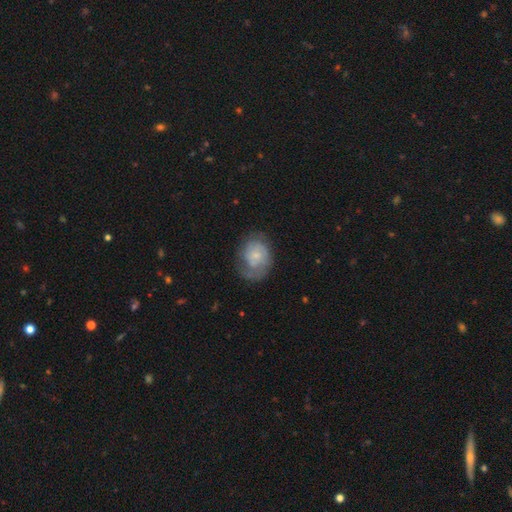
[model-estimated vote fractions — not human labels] Smooth or featured? Predicted: featured or disk (p=0.52). Edge-on disk? Predicted: no (p=0.97). Bar? Predicted: no (p=0.72). Spiral arms? Predicted: yes (p=0.74). Bulge size? Predicted: small (p=0.52). Merging? Predicted: none (p=0.46).